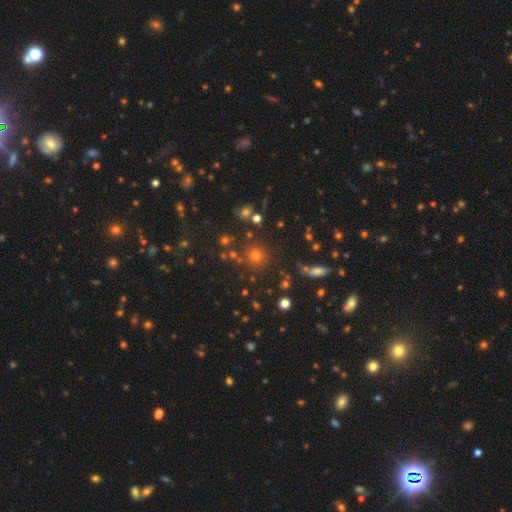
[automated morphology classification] type=smooth (61%); roundness=round (92%); merging=none (81%).